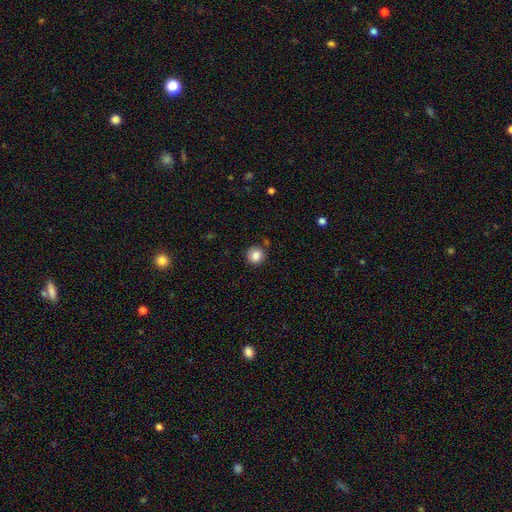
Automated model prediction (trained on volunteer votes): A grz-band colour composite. It shows a smooth galaxy with no disk features (85%) that is round (93%). Merging: none (86%).